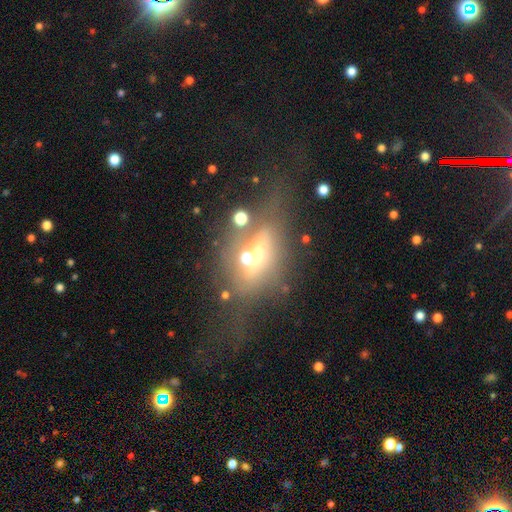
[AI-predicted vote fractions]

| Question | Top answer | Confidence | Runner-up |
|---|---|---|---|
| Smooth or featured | featured or disk | 54% | smooth (26%) |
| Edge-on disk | yes | 53% | no (47%) |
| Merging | none | 37% | major disturbance (27%) |